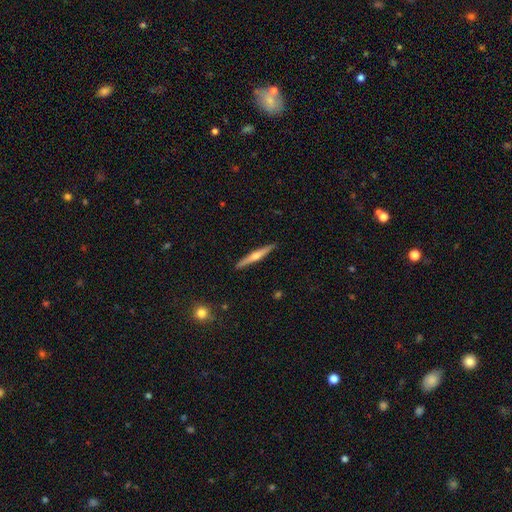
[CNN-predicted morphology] smooth-or-featured: featured or disk: 65% | smooth: 29% | star or artifact: 6%
  disk-edge-on: yes: 98% | no: 2%
    edge-on-bulge: rounded: 87% | none: 9% | boxy: 5%
  merging: none: 91% | minor disturbance: 6% | major disturbance: 1% | merger: 1%